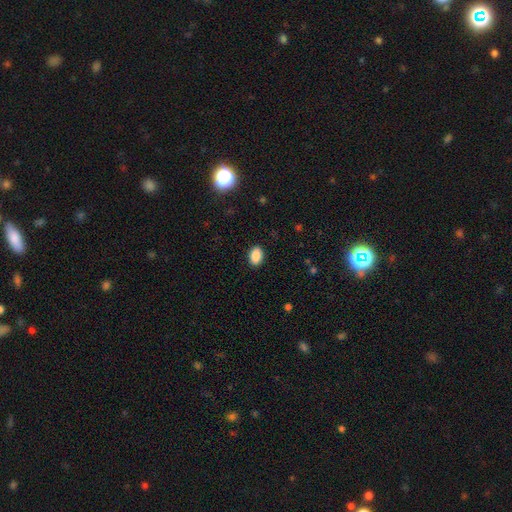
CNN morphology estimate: type=smooth (88%); roundness=in between (84%); merging=none (89%).